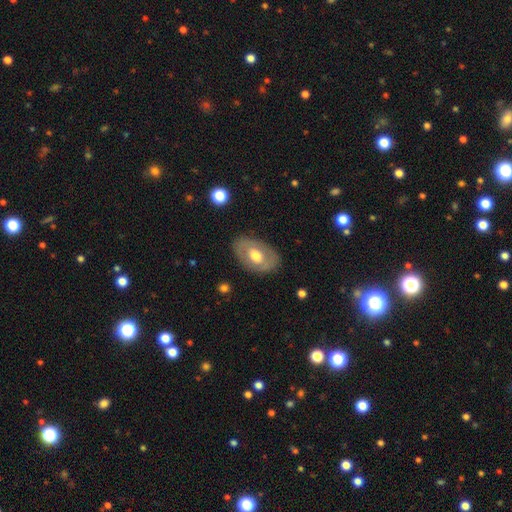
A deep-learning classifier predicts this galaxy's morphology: Q: Smooth or featured?
A: smooth (49%); runner-up: featured or disk (45%)
Q: Merging?
A: none (80%); runner-up: minor disturbance (14%)